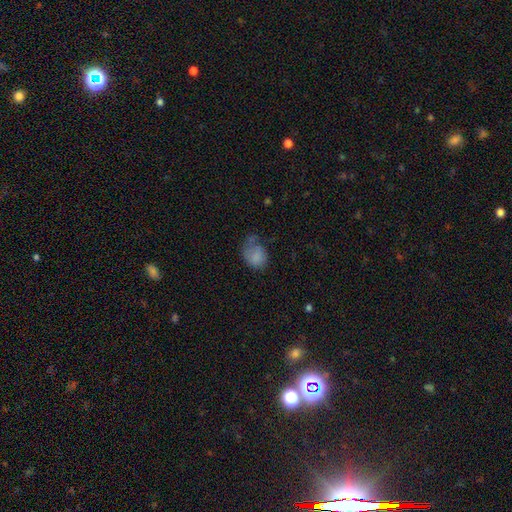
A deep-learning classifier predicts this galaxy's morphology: smooth_or_featured: smooth (p=0.74) [alt: featured or disk p=0.16]
how_rounded: in between (p=0.55) [alt: round p=0.44]
merging: major disturbance (p=0.36) [alt: minor disturbance p=0.29]